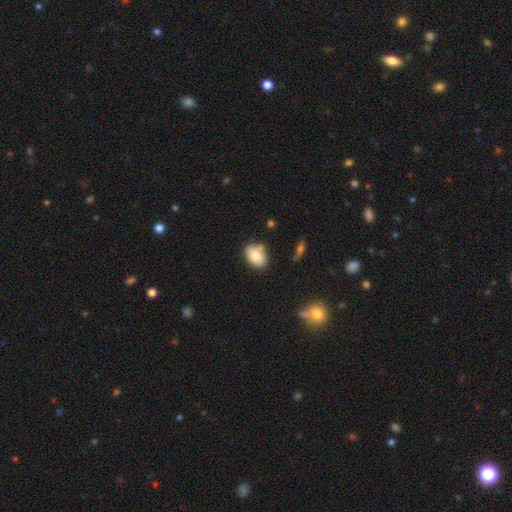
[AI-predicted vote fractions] smooth-or-featured: smooth: 82% | featured or disk: 9% | star or artifact: 8%
  how-rounded: in between: 79% | round: 19% | cigar-shaped: 1%
  merging: none: 69% | minor disturbance: 21% | merger: 6% | major disturbance: 4%